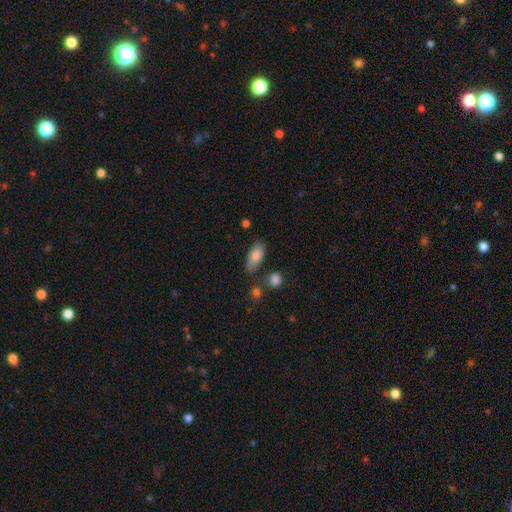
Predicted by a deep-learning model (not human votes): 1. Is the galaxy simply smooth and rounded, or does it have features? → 83% smooth, 11% featured or disk, 7% star or artifact.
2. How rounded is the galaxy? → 91% in between, 6% cigar-shaped, 3% round.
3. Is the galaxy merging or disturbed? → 69% none, 20% minor disturbance, 6% merger, 5% major disturbance.